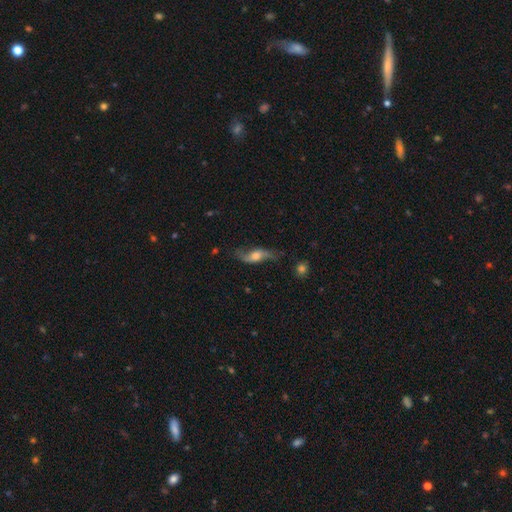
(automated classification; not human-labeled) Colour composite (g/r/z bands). It shows a featured or disk galaxy (73%) with no bar (59%), 2 (92%) loose (86%) spiral arms (92%) and a moderate central bulge (49%). Merging: none (68%).